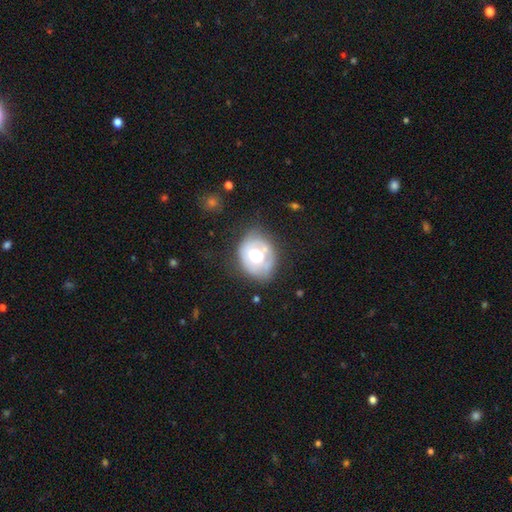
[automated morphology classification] This is possibly a featured or disk galaxy (46%, tied with smooth). Merging: possibly none (58%).